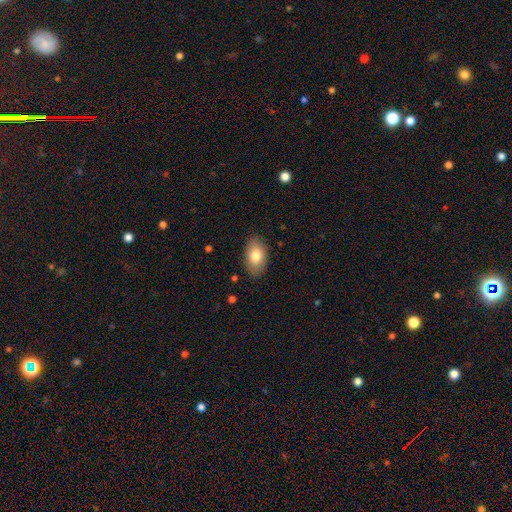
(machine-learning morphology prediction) The model was most divided on "smooth or featured": smooth: 79%, featured or disk: 14%, star or artifact: 7%. More confident: how rounded — in between (91%); merging — none (86%).